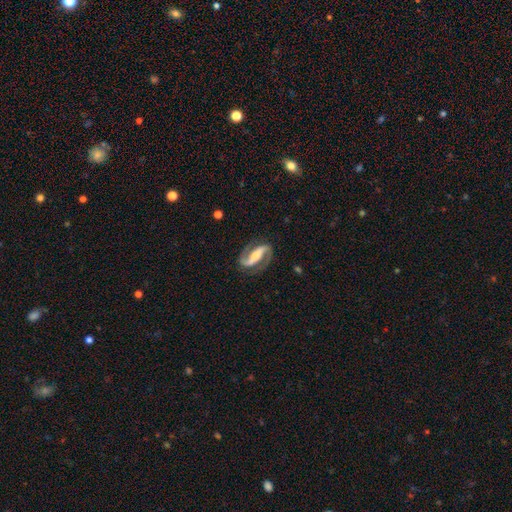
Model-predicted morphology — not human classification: This appears to be a featured or disk galaxy (90%) with a strong bar (62%), 2 (93%) medium (53%) spiral arms (97%) and a moderate central bulge (45%). Merging: none (82%).